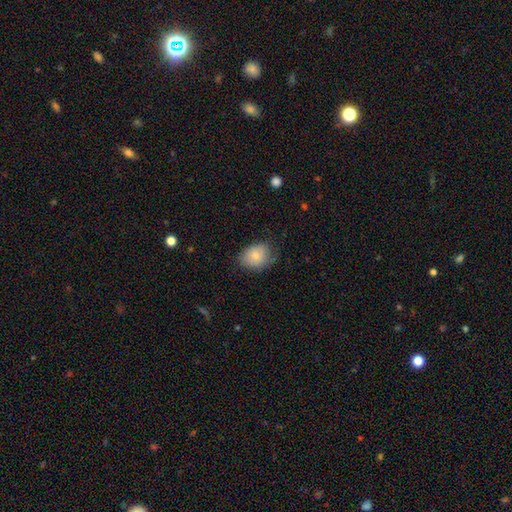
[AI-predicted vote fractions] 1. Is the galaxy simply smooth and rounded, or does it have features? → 79% smooth, 13% featured or disk, 8% star or artifact.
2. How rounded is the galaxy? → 64% in between, 35% round, 1% cigar-shaped.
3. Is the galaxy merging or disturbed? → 65% none, 27% minor disturbance, 7% major disturbance, 1% merger.